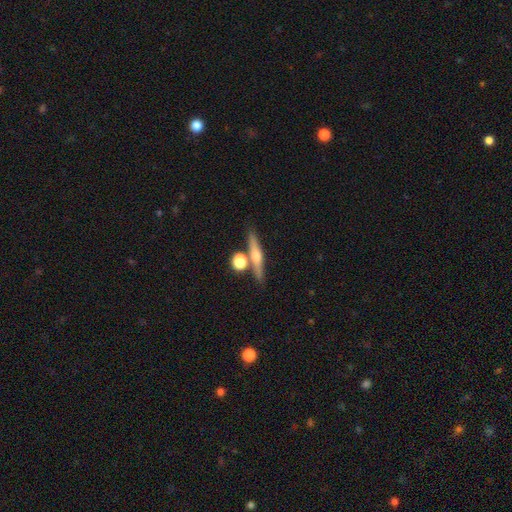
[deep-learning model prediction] This appears to be a featured or disk galaxy (62%) viewed edge-on (95%) with a rounded central bulge (90%). Merging: none (75%).